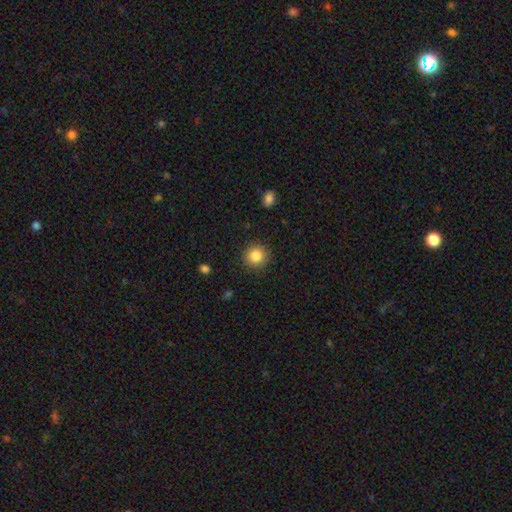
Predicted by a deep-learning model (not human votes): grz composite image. It shows a smooth galaxy with no disk features (84%) that is round (92%). Merging: none (90%).